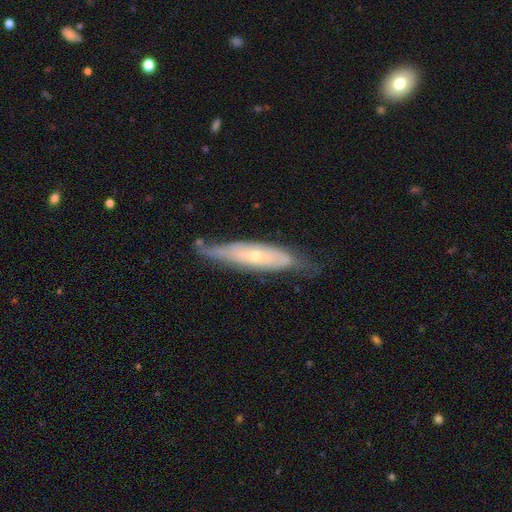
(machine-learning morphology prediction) A featured or disk galaxy (66%).

Vote fractions:
- Smooth or featured? featured or disk: 66% / smooth: 27% / star or artifact: 6%
- Edge-on disk? no: 60% / yes: 40%
- Merging? none: 63% / minor disturbance: 27% / major disturbance: 8% / merger: 2%